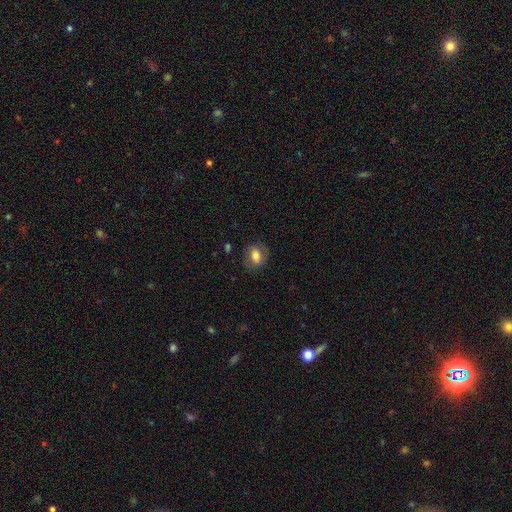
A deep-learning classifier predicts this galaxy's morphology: The model was most divided on "how rounded": in between: 65%, round: 34%, cigar-shaped: 1%. More confident: merging — none (77%); smooth or featured — smooth (73%).